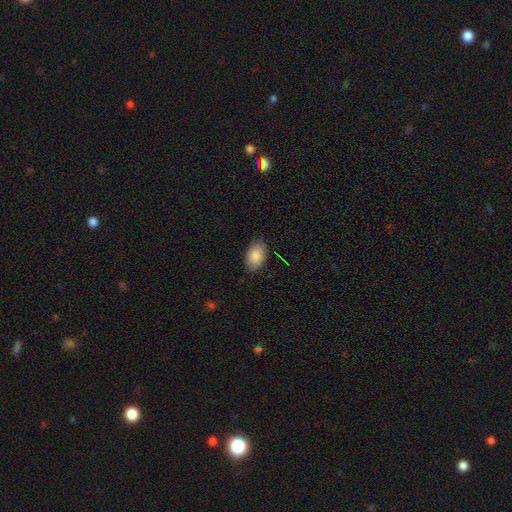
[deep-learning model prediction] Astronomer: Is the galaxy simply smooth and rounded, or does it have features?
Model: smooth — 88%.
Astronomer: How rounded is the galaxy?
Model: in between — 92%.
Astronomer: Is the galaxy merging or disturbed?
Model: none — 85%.